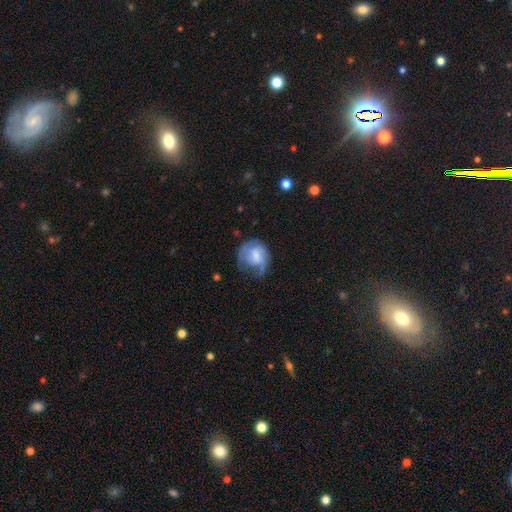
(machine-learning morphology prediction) The model was most divided on "smooth or featured": featured or disk: 48%, smooth: 44%, star or artifact: 8%. Remaining: merging — none (36%).